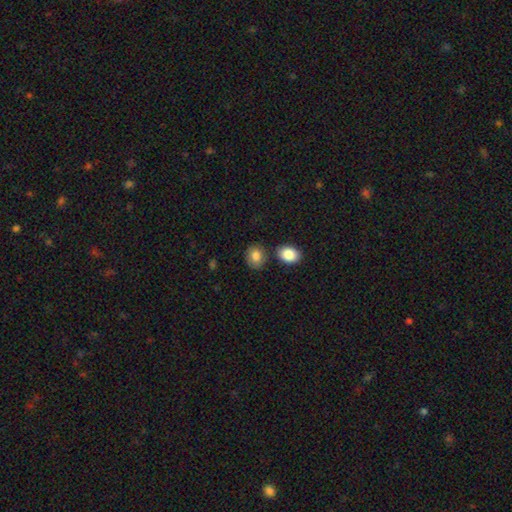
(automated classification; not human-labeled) Q: Smooth or featured?
A: smooth (83%); runner-up: featured or disk (10%)
Q: How rounded?
A: round (52%); runner-up: in between (47%)
Q: Merging?
A: none (70%); runner-up: minor disturbance (15%)